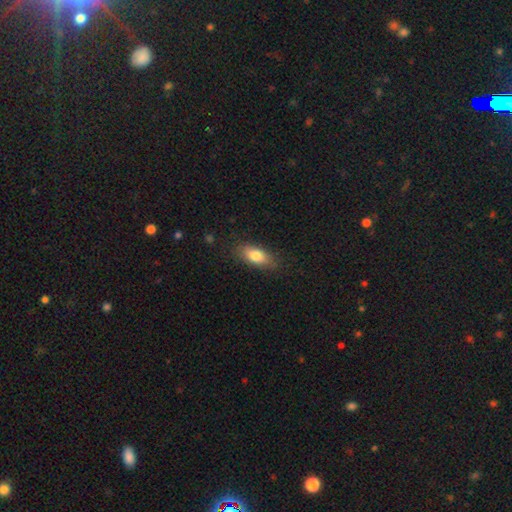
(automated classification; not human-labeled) This is likely a smooth galaxy (79%). How rounded: clearly in between (83%). Merging: clearly none (82%).